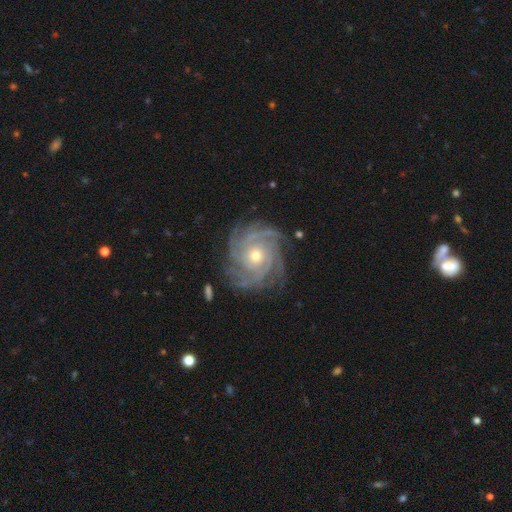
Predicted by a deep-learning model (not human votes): This appears to be a featured or disk galaxy (90%) with no bar (77%), 4 (27%) tight (78%) spiral arms (98%) and a moderate central bulge (53%). Merging: none (82%).